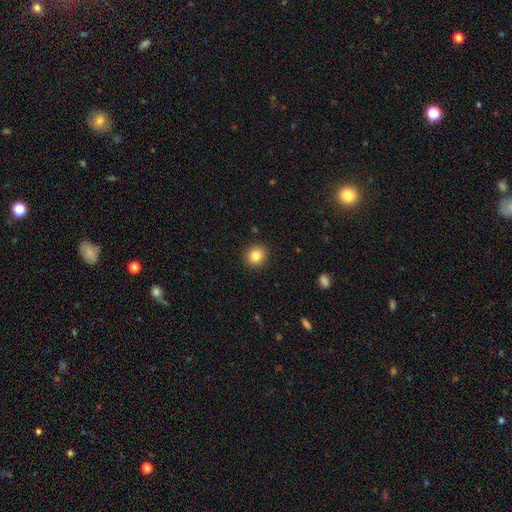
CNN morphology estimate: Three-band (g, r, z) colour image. It shows a smooth galaxy with no disk features (83%) that is round (89%). Merging: none (92%).